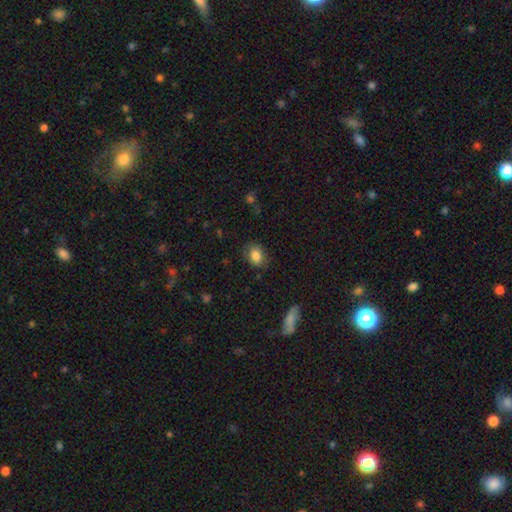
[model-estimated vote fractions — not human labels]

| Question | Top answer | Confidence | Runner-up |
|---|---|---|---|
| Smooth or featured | smooth | 84% | star or artifact (8%) |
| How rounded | in between | 66% | round (33%) |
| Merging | none | 78% | minor disturbance (16%) |